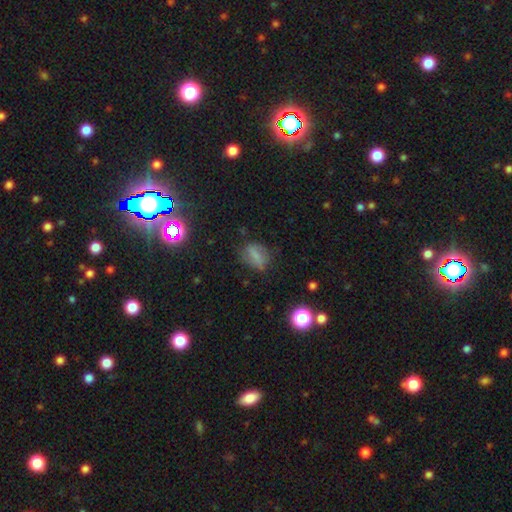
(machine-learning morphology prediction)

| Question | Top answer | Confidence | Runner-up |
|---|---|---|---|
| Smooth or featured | smooth | 62% | featured or disk (22%) |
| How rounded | in between | 67% | round (24%) |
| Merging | none | 69% | minor disturbance (20%) |